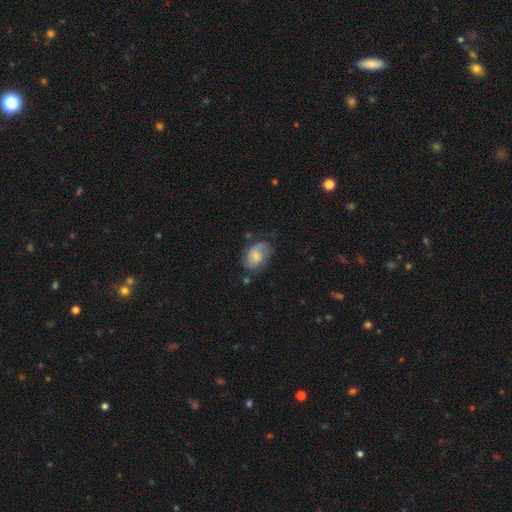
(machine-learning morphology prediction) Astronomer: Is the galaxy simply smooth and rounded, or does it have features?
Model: featured or disk — 51% (runner-up: smooth, 41%).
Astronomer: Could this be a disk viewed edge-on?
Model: no — 96%.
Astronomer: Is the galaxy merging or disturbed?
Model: none — 59%.